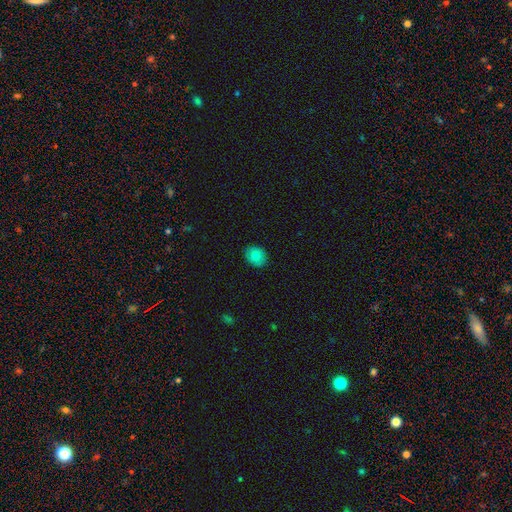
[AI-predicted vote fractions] Smooth or featured? Predicted: smooth (p=0.78). How rounded? Predicted: round (p=0.51). Merging? Predicted: none (p=0.89).